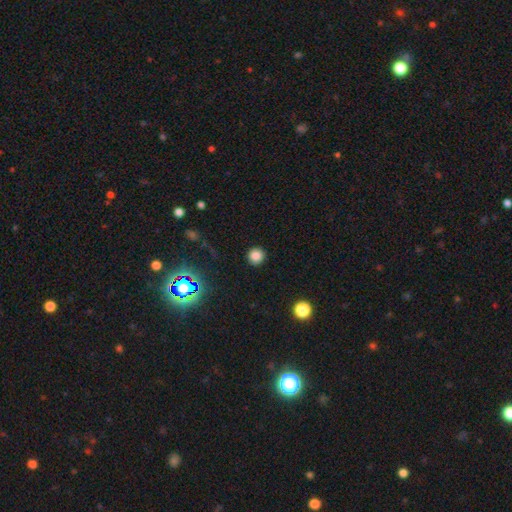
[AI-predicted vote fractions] This is clearly a smooth galaxy (81%). How rounded: clearly round (94%). Merging: clearly none (90%).